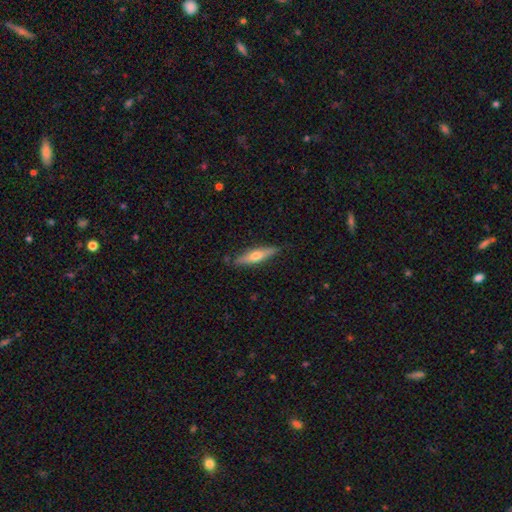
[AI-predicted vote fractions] smooth-or-featured: smooth: 48% | featured or disk: 47% | star or artifact: 6%
  merging: none: 82% | minor disturbance: 14% | major disturbance: 3% | merger: 2%